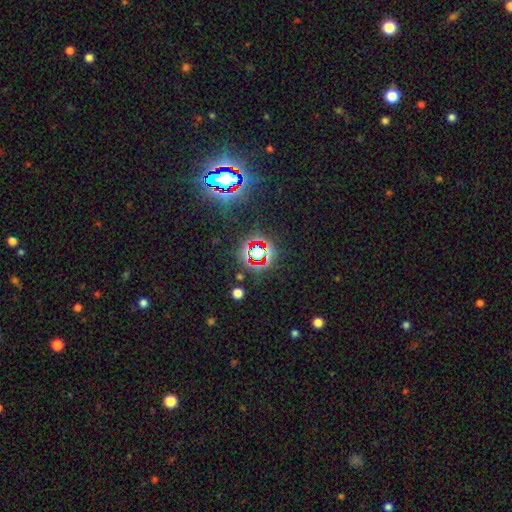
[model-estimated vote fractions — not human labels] A star or artifact, not a galaxy (71%).

Vote fractions:
- Smooth or featured? star or artifact: 71% / smooth: 19% / featured or disk: 10%